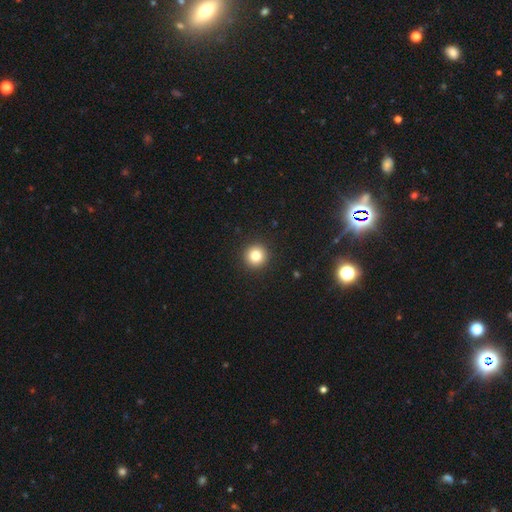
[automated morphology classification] smooth_or_featured: smooth (p=0.81) [alt: star or artifact p=0.11]
how_rounded: round (p=0.96) [alt: in between p=0.03]
merging: none (p=0.93) [alt: minor disturbance p=0.04]